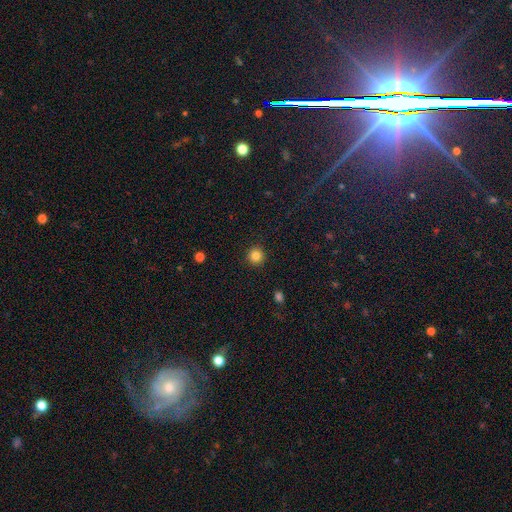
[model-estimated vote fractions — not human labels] Smooth or featured?
  - smooth: 85% *
  - star or artifact: 11%
  - featured or disk: 4%
How rounded?
  - round: 95% *
  - in between: 4%
  - cigar-shaped: 1%
Merging?
  - none: 92% *
  - minor disturbance: 5%
  - major disturbance: 2%
  - merger: 1%